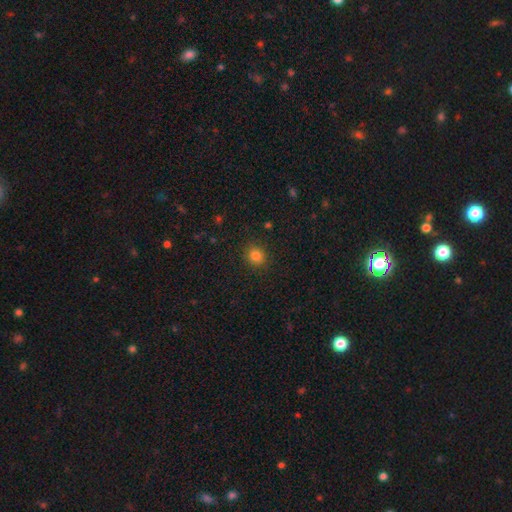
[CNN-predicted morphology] Smooth or featured?
  - smooth: 83% *
  - star or artifact: 12%
  - featured or disk: 5%
How rounded?
  - round: 75% *
  - in between: 24%
  - cigar-shaped: 1%
Merging?
  - none: 89% *
  - minor disturbance: 8%
  - major disturbance: 3%
  - merger: 1%